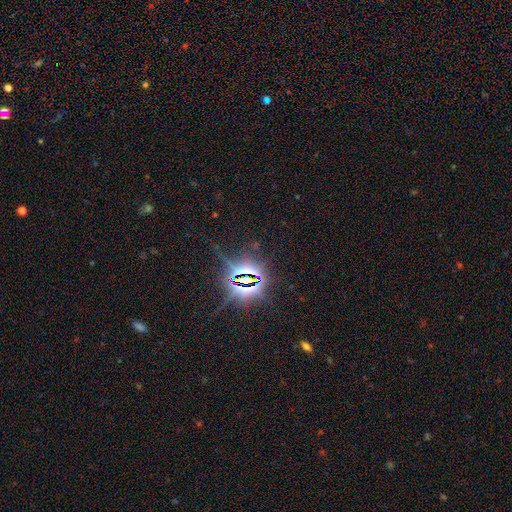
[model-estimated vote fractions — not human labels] Smooth or featured: star or artifact — 83% (smooth — 10%)